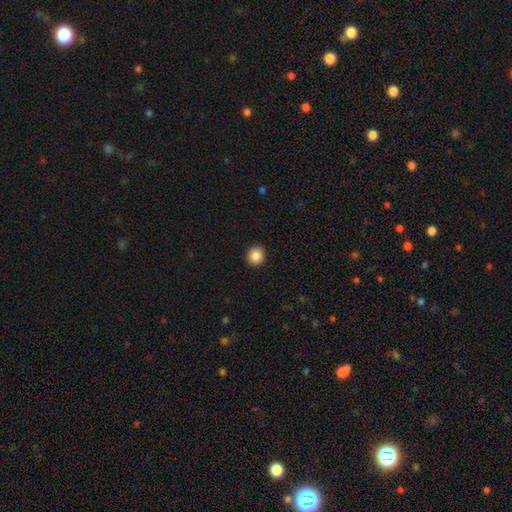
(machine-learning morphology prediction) The model was most divided on "how rounded": round: 84%, in between: 15%, cigar-shaped: 1%. More confident: merging — none (92%); smooth or featured — smooth (87%).